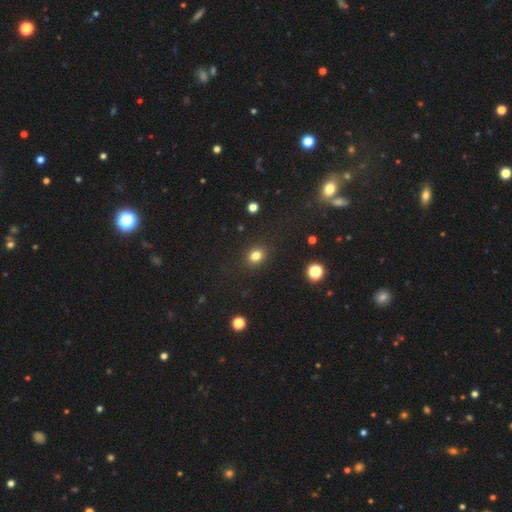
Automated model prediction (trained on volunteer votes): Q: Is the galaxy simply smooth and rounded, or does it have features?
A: smooth — 81%.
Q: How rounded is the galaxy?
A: round — 50%.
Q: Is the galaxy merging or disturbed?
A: none — 87%.